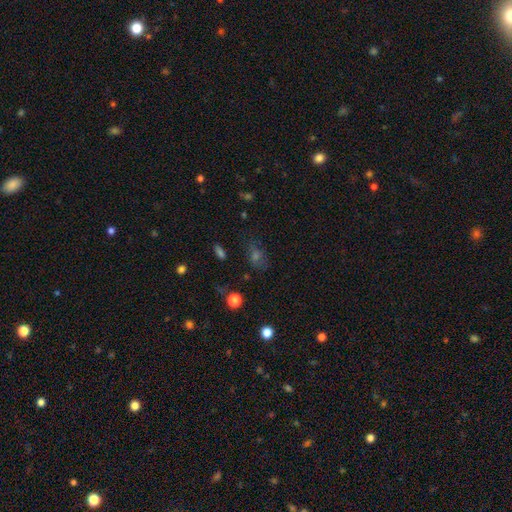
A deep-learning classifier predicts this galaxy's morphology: This is marginally a smooth galaxy (45%). Merging: likely none (63%).